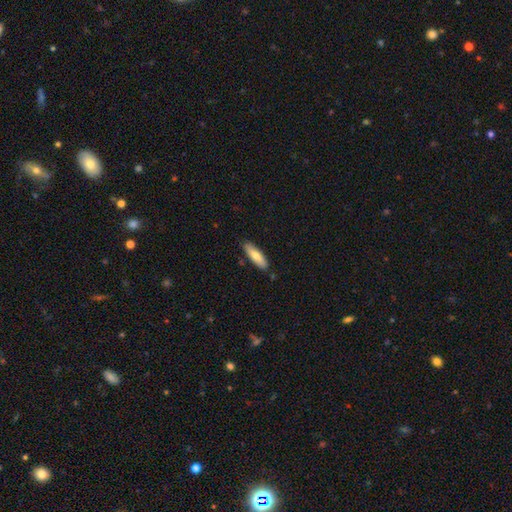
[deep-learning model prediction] smooth-or-featured: smooth: 72% | featured or disk: 22% | star or artifact: 6%
  how-rounded: cigar-shaped: 53% | in between: 45% | round: 2%
  merging: none: 86% | minor disturbance: 11% | merger: 2% | major disturbance: 2%